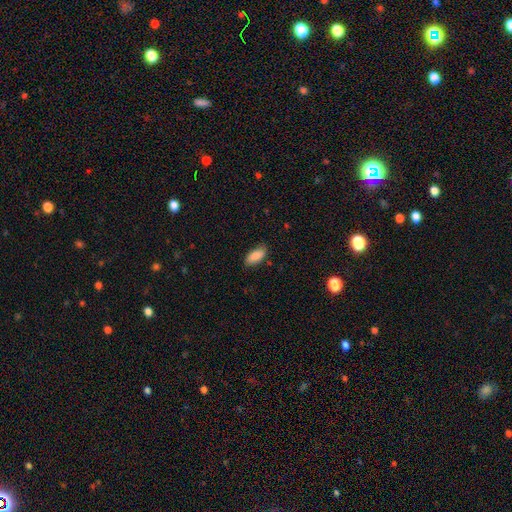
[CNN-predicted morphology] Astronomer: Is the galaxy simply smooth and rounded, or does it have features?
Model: smooth — 88%.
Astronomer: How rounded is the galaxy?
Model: in between — 88%.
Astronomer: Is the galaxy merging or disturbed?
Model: none — 82%.